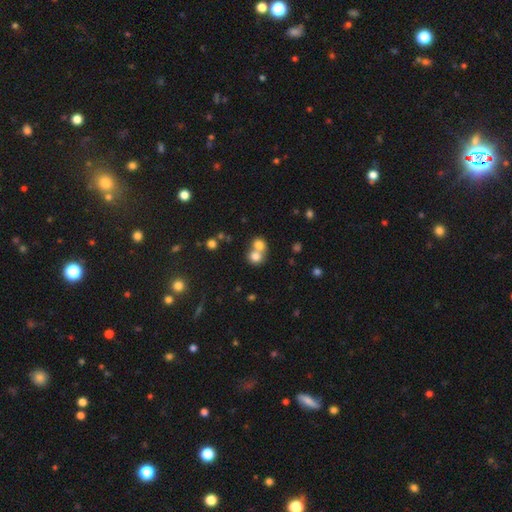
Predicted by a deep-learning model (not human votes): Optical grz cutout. It shows a smooth galaxy with no disk features (76%) that is round (76%). Merging: merger (62%).